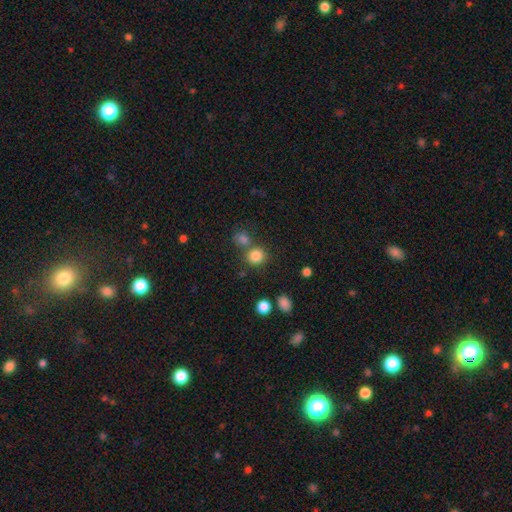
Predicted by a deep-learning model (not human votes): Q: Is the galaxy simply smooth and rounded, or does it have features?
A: smooth — 82%.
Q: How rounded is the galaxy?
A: round — 86%.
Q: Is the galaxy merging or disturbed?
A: none — 66%.